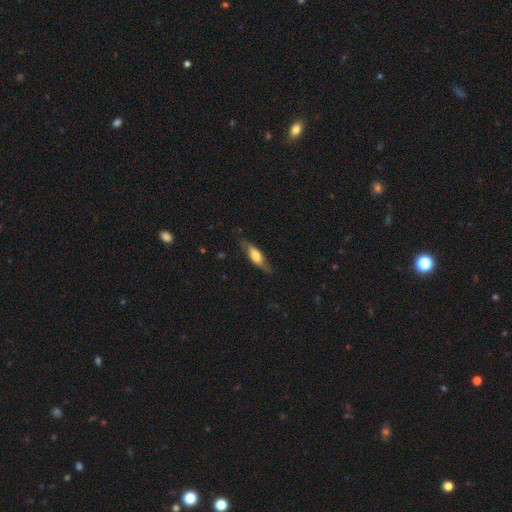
This is possibly a smooth galaxy (55%). How rounded: possibly cigar-shaped (57%). Merging: likely none (74%).